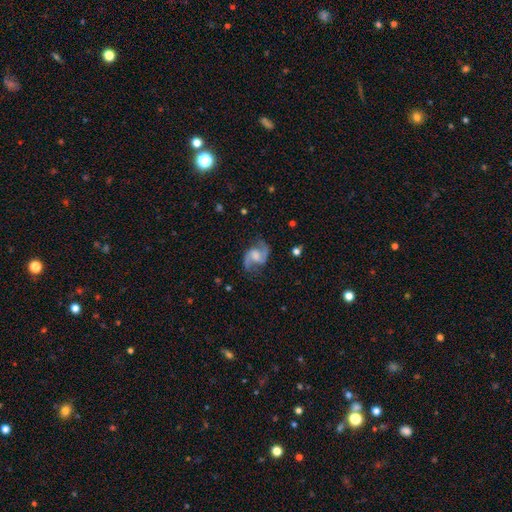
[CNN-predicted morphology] smooth_or_featured: featured or disk (p=0.89) [alt: smooth p=0.06]
disk_edge_on: no (p=0.98) [alt: yes p=0.02]
bar: weak (p=0.46) [alt: no p=0.41]
has_spiral_arms: yes (p=0.98) [alt: no p=0.02]
spiral_winding: medium (p=0.51) [alt: loose p=0.39]
spiral_arm_count: 2 (p=0.94) [alt: can't tell p=0.02]
bulge_size: moderate (p=0.35) [alt: none p=0.26]
merging: none (p=0.78) [alt: minor disturbance p=0.14]